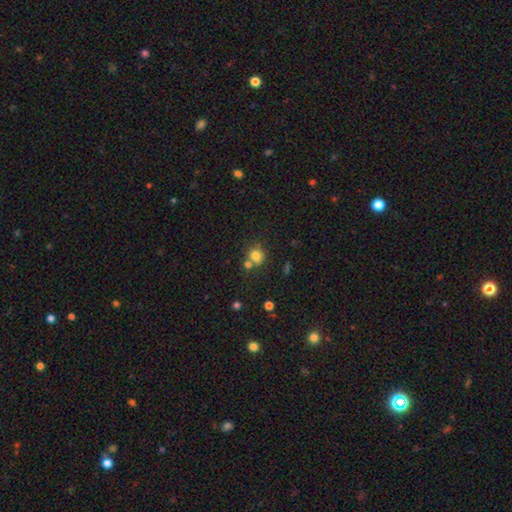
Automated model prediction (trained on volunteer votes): Overall: smooth (76%). How rounded: round (76%). Merging: none (51%; merger 32%).